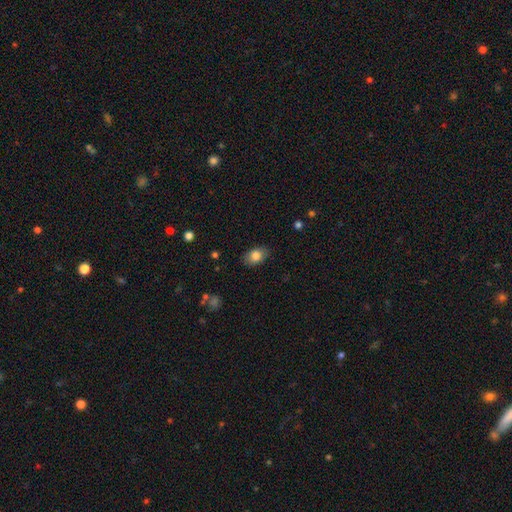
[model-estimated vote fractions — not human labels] A smooth galaxy with no disk features (83%) that is in between round and cigar-shaped (84%).

Vote fractions:
- Smooth or featured? smooth: 83% / featured or disk: 9% / star or artifact: 8%
- How rounded? in between: 84% / round: 15% / cigar-shaped: 1%
- Merging? none: 85% / minor disturbance: 12% / major disturbance: 3% / merger: 1%